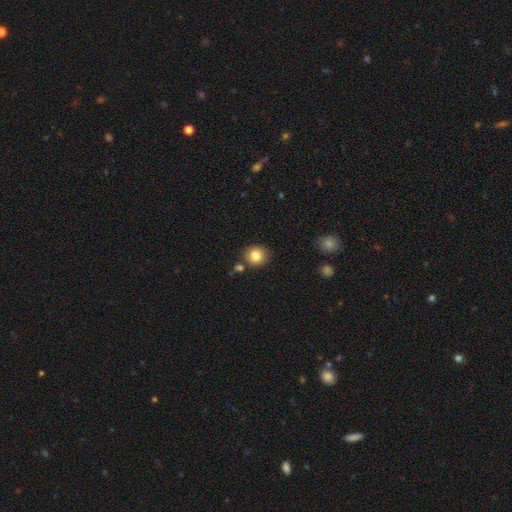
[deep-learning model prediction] This appears to be a smooth galaxy with no disk features (82%) that is round (85%). Merging: none (82%).